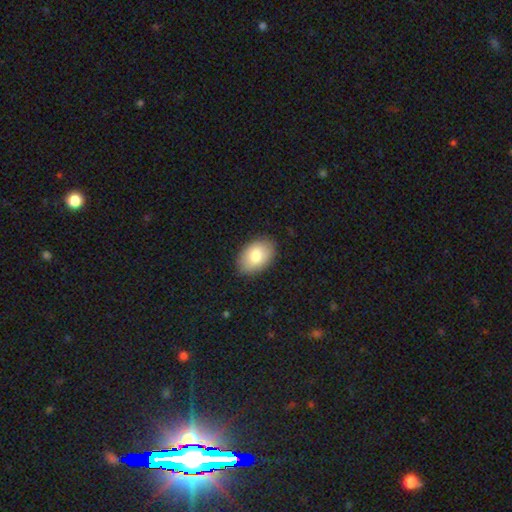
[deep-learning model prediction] This appears to be a smooth galaxy with no disk features (81%) that is in between round and cigar-shaped (90%). Merging: none (86%).